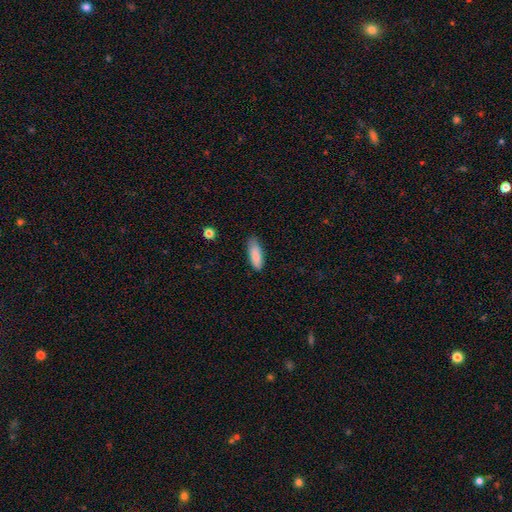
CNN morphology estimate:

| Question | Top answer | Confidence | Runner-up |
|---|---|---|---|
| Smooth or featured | smooth | 86% | featured or disk (8%) |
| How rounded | in between | 61% | cigar-shaped (37%) |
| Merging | none | 78% | minor disturbance (18%) |